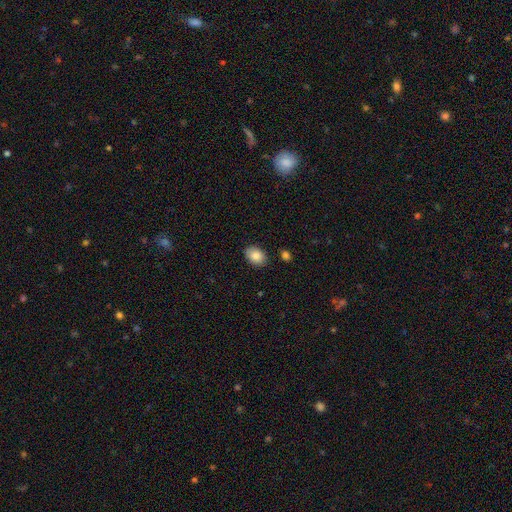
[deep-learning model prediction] smooth-or-featured: smooth: 86% | star or artifact: 7% | featured or disk: 6%
  how-rounded: in between: 77% | round: 22% | cigar-shaped: 1%
  merging: none: 85% | minor disturbance: 10% | major disturbance: 2% | merger: 2%